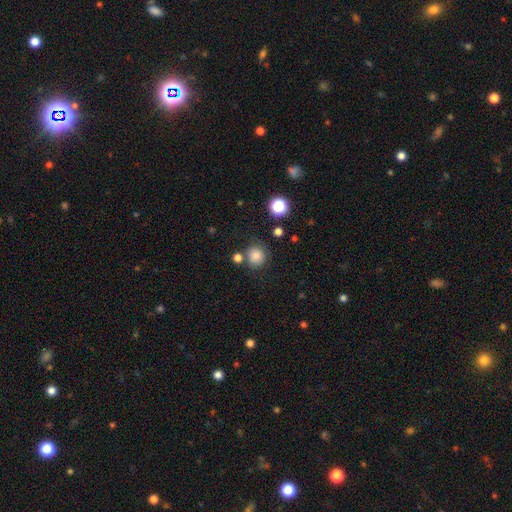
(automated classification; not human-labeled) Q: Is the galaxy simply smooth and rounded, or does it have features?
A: smooth — 81%.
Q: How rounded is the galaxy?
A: round — 89%.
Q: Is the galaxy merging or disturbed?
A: none — 72%.